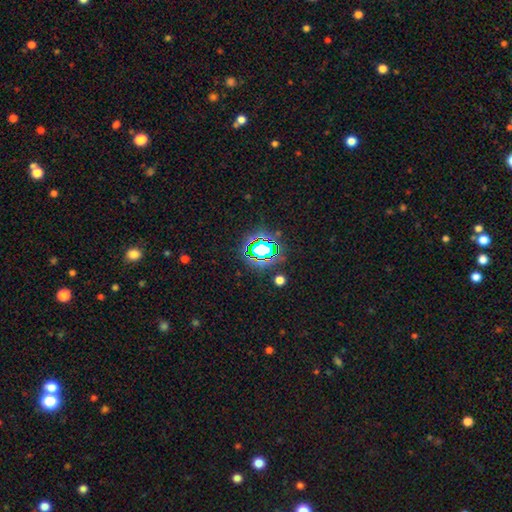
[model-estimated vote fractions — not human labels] smooth-or-featured: star or artifact: 67% | smooth: 23% | featured or disk: 11%